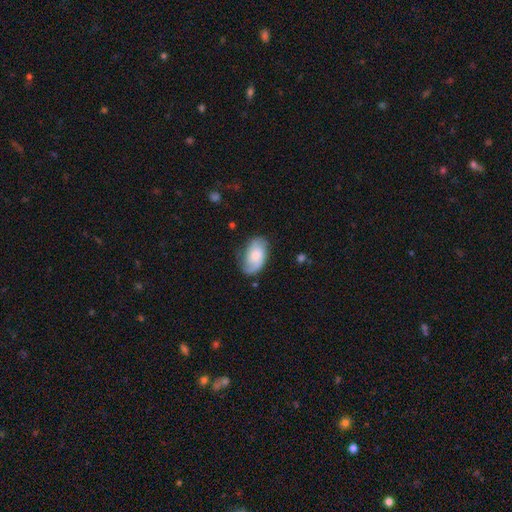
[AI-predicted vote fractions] featured or disk 54%, smooth 39%, star or artifact 7%. Down the decision tree: edge-on disk — no (96%); bar — no (64%); spiral arms — yes (89%); bulge size — moderate (30%); merging — none (65%).